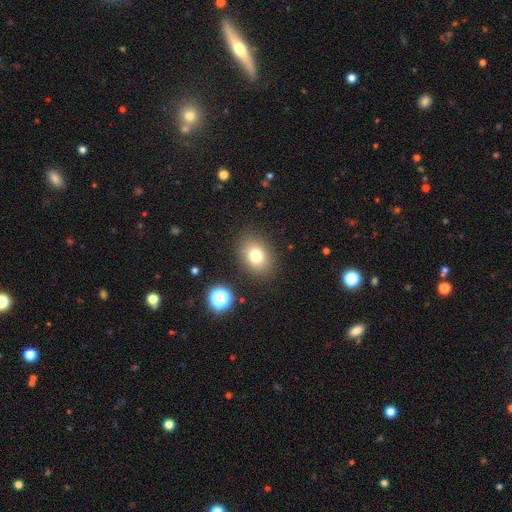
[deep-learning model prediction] Smooth or featured: smooth — 77% (star or artifact — 13%)
How rounded: in between — 59% (round — 40%)
Merging: none — 85% (minor disturbance — 9%)